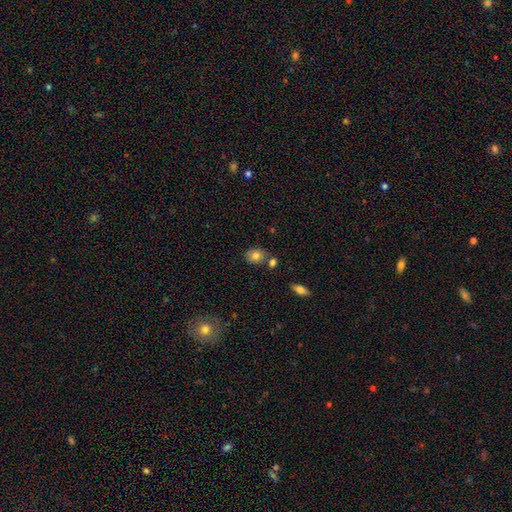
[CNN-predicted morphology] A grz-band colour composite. It shows a smooth galaxy with no disk features (80%) that is in between round and cigar-shaped (58%). Merging: none (72%).